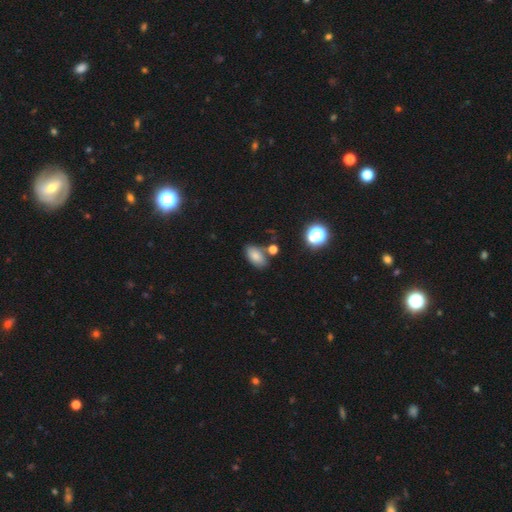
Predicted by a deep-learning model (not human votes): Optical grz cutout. It shows a smooth galaxy with no disk features (78%) that is in between round and cigar-shaped (91%). Merging: none (69%).